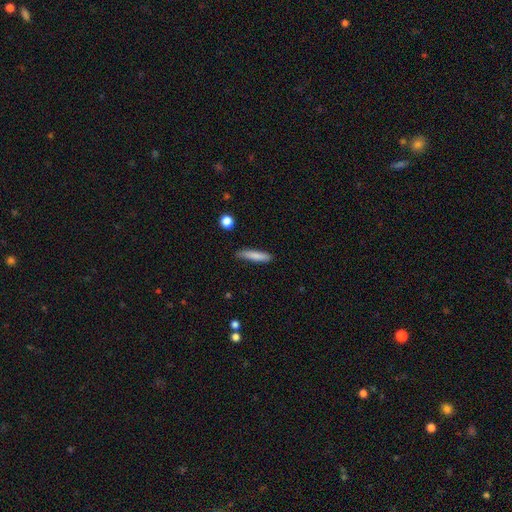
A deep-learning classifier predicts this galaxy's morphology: Q: Smooth or featured?
A: smooth (80%); runner-up: featured or disk (14%)
Q: How rounded?
A: cigar-shaped (85%); runner-up: in between (13%)
Q: Merging?
A: none (82%); runner-up: minor disturbance (14%)